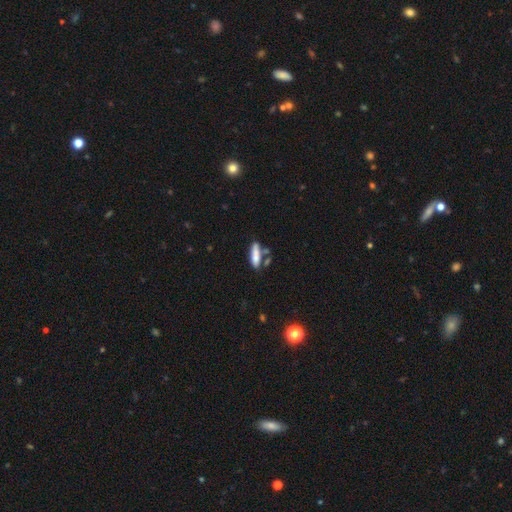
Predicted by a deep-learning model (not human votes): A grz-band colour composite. It shows a smooth galaxy with no disk features (75%) that is cigar-shaped (56%). Merging: none (53%).